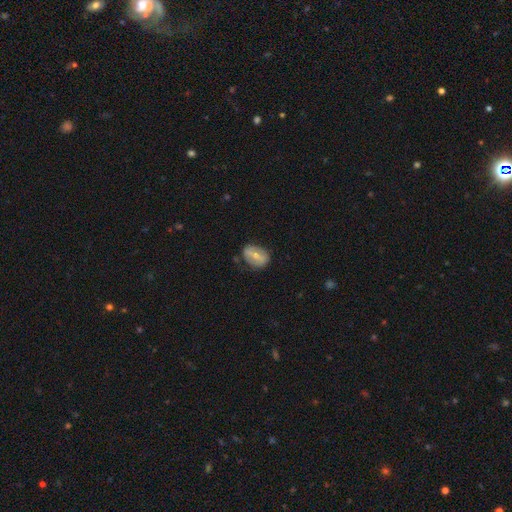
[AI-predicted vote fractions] smooth-or-featured: smooth: 47% | featured or disk: 46% | star or artifact: 7%
  merging: none: 72% | minor disturbance: 20% | major disturbance: 6% | merger: 2%